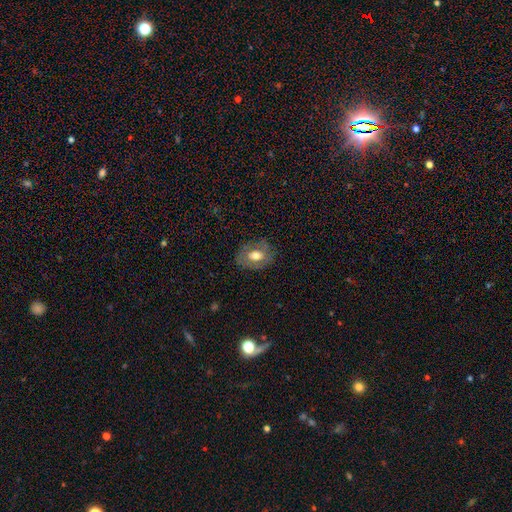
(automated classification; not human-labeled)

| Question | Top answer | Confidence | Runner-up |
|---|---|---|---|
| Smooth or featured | smooth | 53% | featured or disk (39%) |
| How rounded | in between | 66% | round (33%) |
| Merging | none | 76% | minor disturbance (17%) |